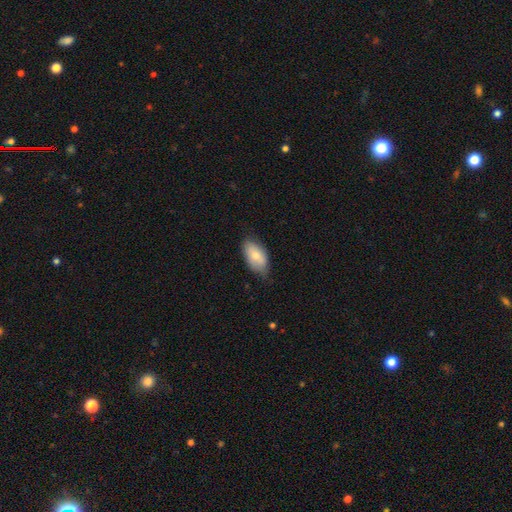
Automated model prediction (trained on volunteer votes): This is likely a smooth galaxy (74%). How rounded: clearly in between (93%). Merging: likely none (69%).